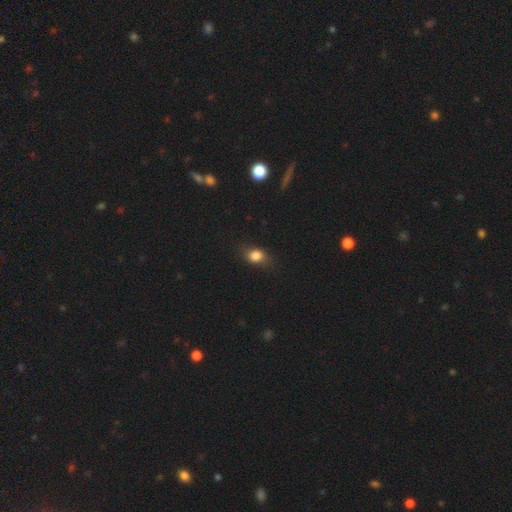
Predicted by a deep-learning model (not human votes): This appears to be a smooth galaxy with no disk features (80%) that is in between round and cigar-shaped (59%). Merging: none (74%).